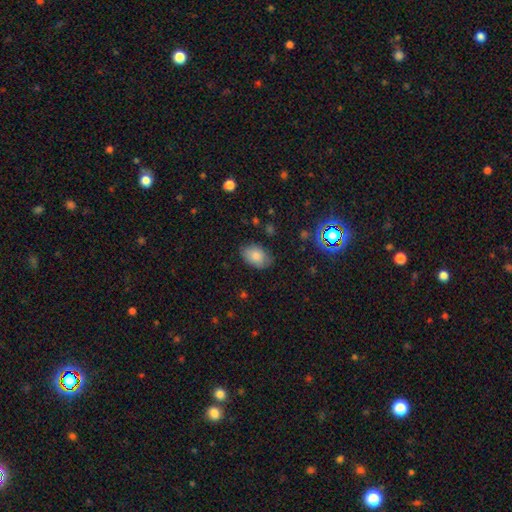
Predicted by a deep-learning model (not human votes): Smooth or featured? smooth (83%)
How rounded? in between (85%)
Merging? none (78%)